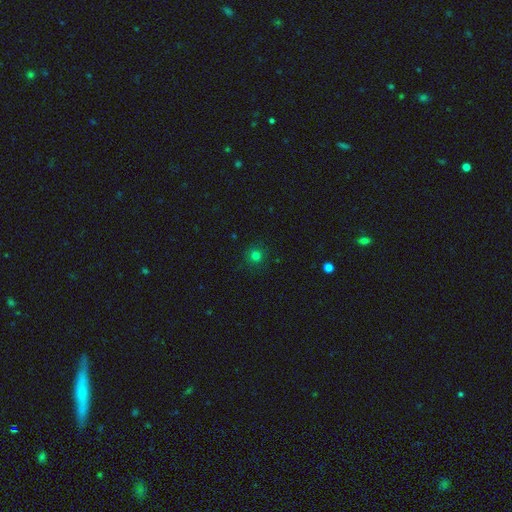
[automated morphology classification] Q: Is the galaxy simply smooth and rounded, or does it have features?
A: smooth — 76%.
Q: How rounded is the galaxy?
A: round — 94%.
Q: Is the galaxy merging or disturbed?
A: none — 89%.